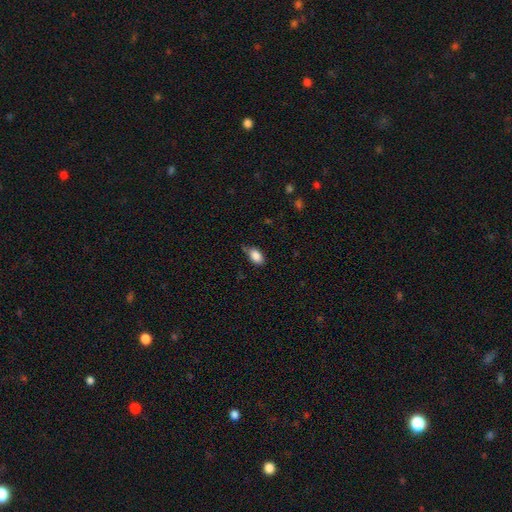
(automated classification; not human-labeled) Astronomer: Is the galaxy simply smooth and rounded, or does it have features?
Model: smooth — 87%.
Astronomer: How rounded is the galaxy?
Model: in between — 91%.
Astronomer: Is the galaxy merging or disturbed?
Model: none — 67%.